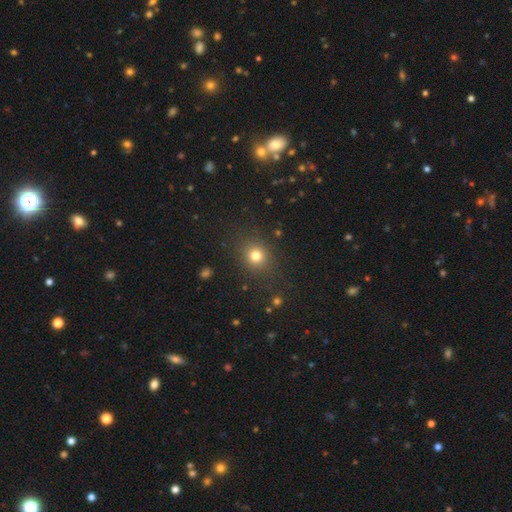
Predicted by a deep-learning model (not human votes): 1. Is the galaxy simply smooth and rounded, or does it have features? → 77% smooth, 16% star or artifact, 7% featured or disk.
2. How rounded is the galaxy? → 79% round, 20% in between, 1% cigar-shaped.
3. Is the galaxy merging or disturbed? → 86% none, 9% minor disturbance, 4% major disturbance, 2% merger.